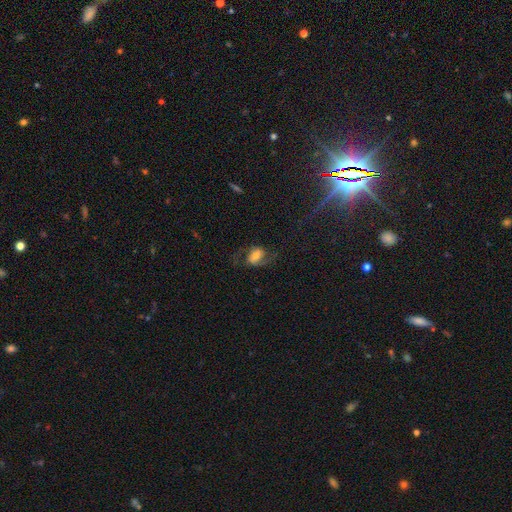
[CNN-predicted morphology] Smooth or featured: featured or disk — 63% (smooth — 27%)
Edge-on disk: no — 96% (yes — 4%)
Bar: weak — 42% (no — 31%)
Spiral arms: yes — 89% (no — 11%)
Spiral winding: loose — 53% (medium — 39%)
Spiral arm count: 2 — 90% (can't tell — 4%)
Bulge size: moderate — 56% (small — 25%)
Merging: none — 66% (major disturbance — 17%)